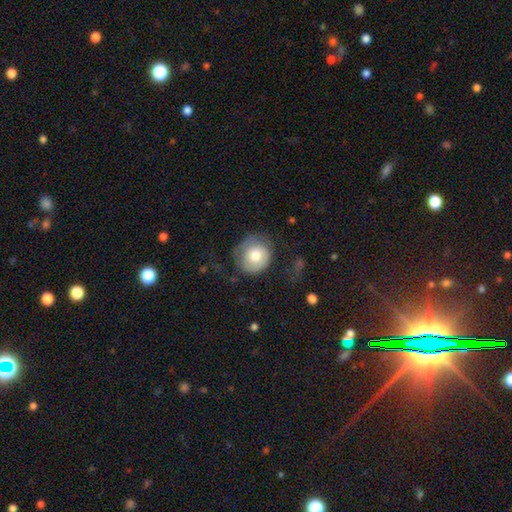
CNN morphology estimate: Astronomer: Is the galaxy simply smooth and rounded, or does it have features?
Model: smooth — 66%.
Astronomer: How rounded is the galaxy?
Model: round — 86%.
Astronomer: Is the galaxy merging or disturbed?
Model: none — 51% (runner-up: minor disturbance, 26%).